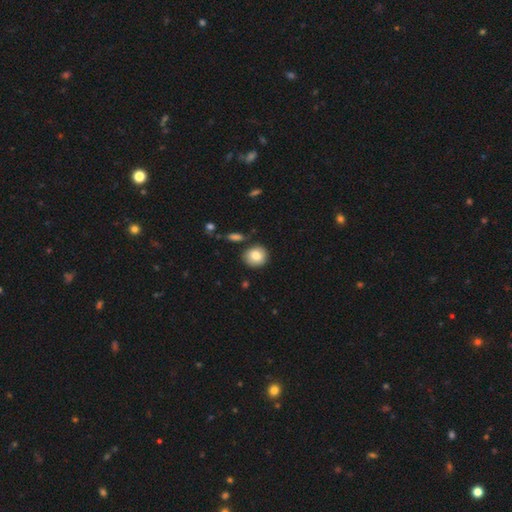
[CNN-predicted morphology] smooth 81%, featured or disk 11%, star or artifact 8%. Down the decision tree: how rounded — round (86%); merging — none (83%).